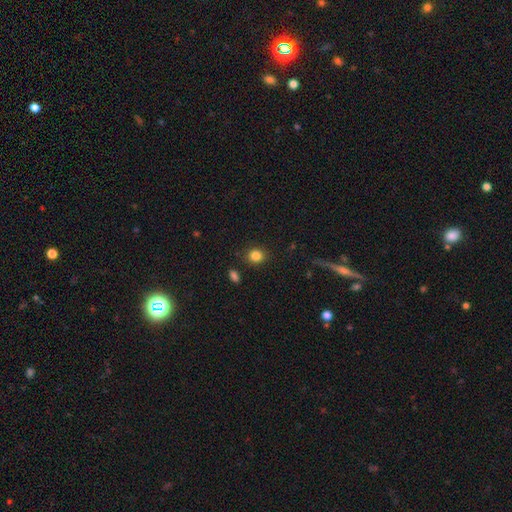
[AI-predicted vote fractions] This appears to be a smooth galaxy with no disk features (84%) that is round (73%). Merging: none (87%).